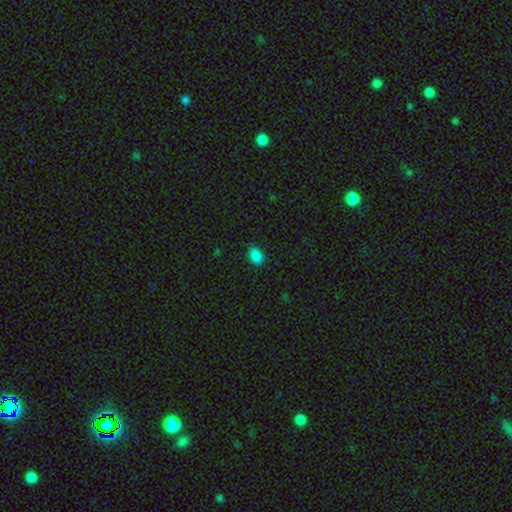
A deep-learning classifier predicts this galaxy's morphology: This appears to be a smooth galaxy with no disk features (85%) that is in between round and cigar-shaped (83%). Merging: none (85%).